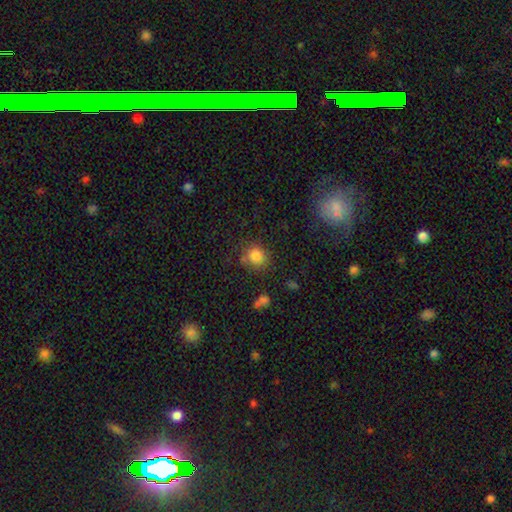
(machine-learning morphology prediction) Smooth or featured? Predicted: smooth (p=0.82). How rounded? Predicted: round (p=0.82). Merging? Predicted: none (p=0.72).